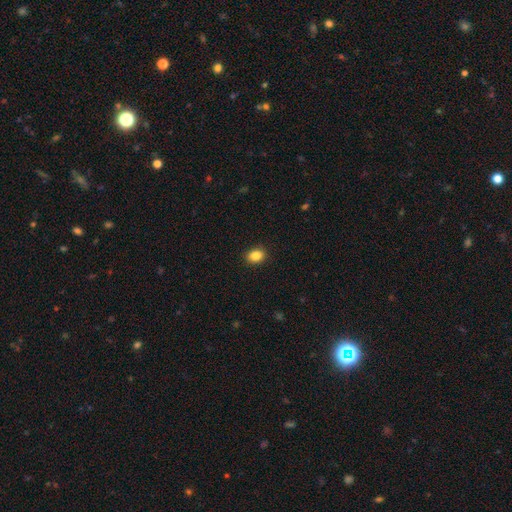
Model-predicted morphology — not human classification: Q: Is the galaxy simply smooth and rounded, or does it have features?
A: smooth — 86%.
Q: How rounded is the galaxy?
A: in between — 67%.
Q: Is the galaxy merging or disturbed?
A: none — 90%.